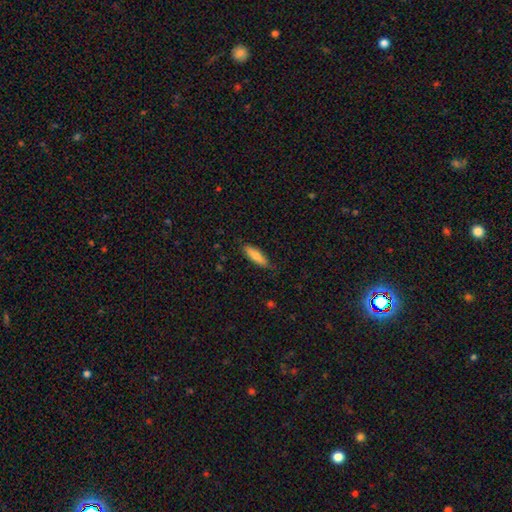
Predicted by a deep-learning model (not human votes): smooth 77%, featured or disk 17%, star or artifact 6%. Down the decision tree: how rounded — cigar-shaped (60%); merging — none (83%).